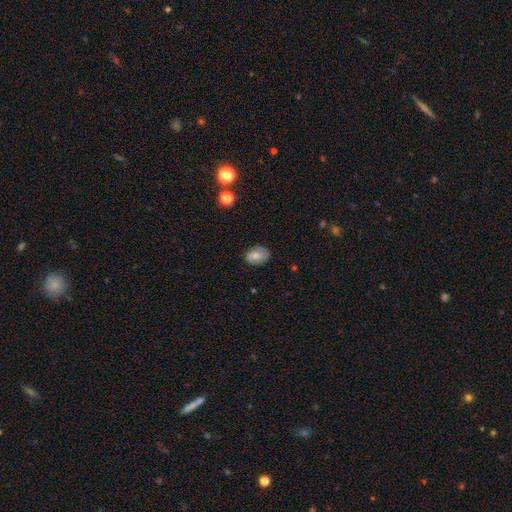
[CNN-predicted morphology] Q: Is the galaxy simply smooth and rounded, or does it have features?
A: smooth — 78%.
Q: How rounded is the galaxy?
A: in between — 83%.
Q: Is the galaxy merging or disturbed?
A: none — 77%.